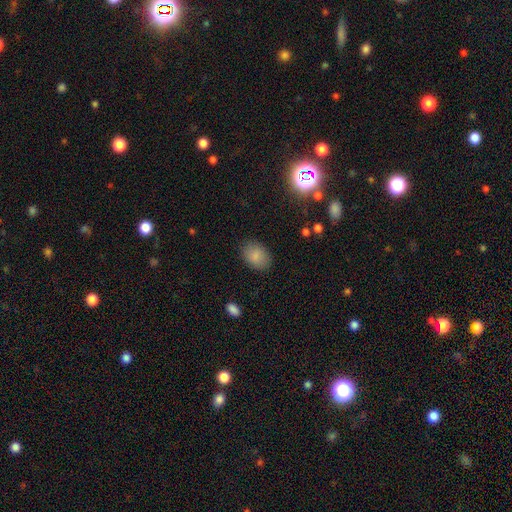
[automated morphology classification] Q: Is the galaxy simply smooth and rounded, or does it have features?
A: smooth — 85%.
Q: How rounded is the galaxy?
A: in between — 81%.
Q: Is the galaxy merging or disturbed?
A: none — 85%.